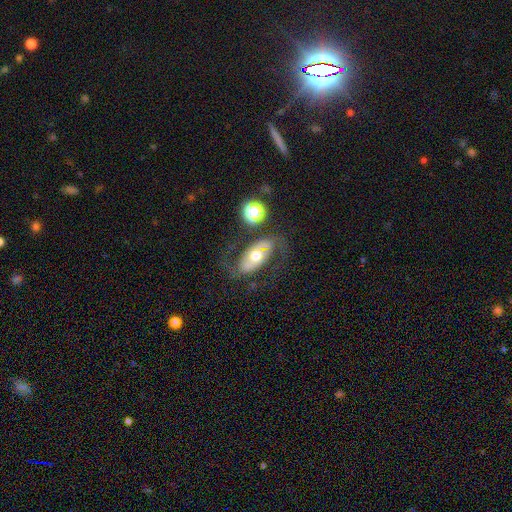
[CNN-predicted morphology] Smooth or featured? Predicted: featured or disk (p=0.68). Edge-on disk? Predicted: no (p=0.92). Bar? Predicted: no (p=0.56). Spiral arms? Predicted: yes (p=0.75). Bulge size? Predicted: moderate (p=0.71). Merging? Predicted: none (p=0.64).